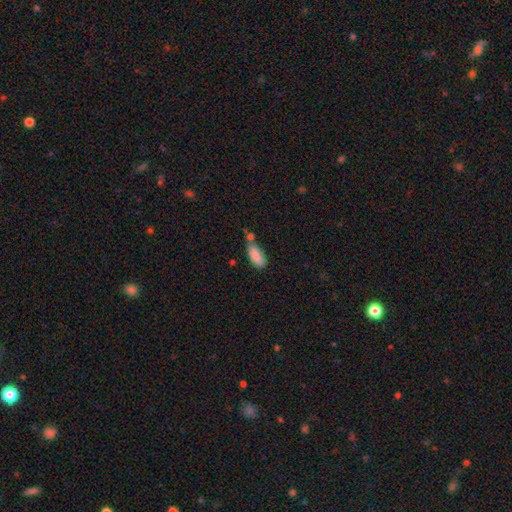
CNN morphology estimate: A smooth galaxy with no disk features (86%) that is in between round and cigar-shaped (78%).

Vote fractions:
- Smooth or featured? smooth: 86% / star or artifact: 7% / featured or disk: 7%
- How rounded? in between: 78% / cigar-shaped: 20% / round: 2%
- Merging? none: 50% / minor disturbance: 24% / merger: 20% / major disturbance: 6%